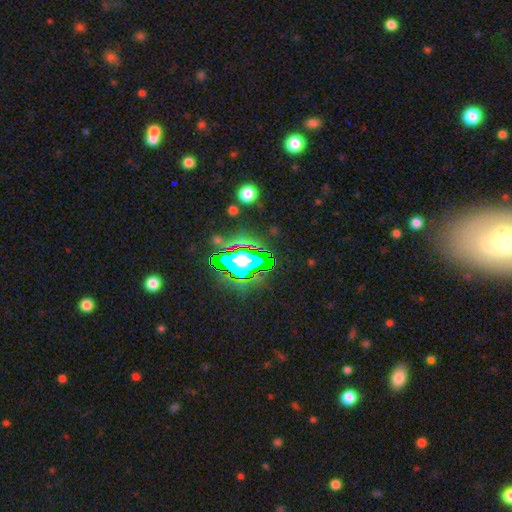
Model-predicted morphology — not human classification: smooth_or_featured: star or artifact (p=0.63) [alt: smooth p=0.20]